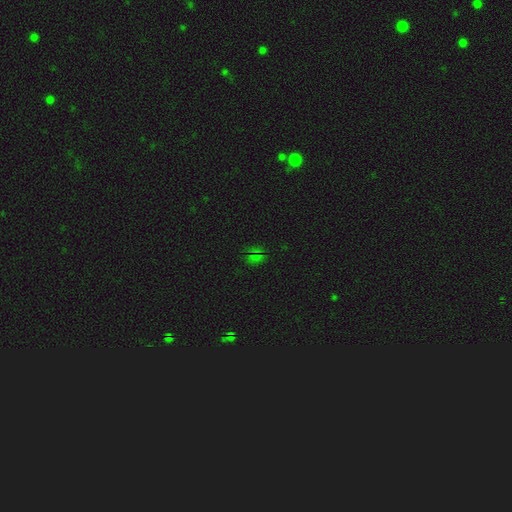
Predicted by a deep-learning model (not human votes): smooth-or-featured: star or artifact: 49% | smooth: 43% | featured or disk: 8%